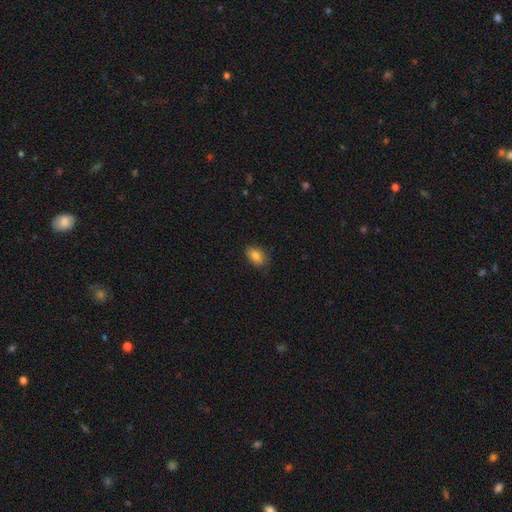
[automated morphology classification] Smooth or featured: smooth — 84% (star or artifact — 8%)
How rounded: in between — 86% (round — 12%)
Merging: none — 80% (minor disturbance — 16%)